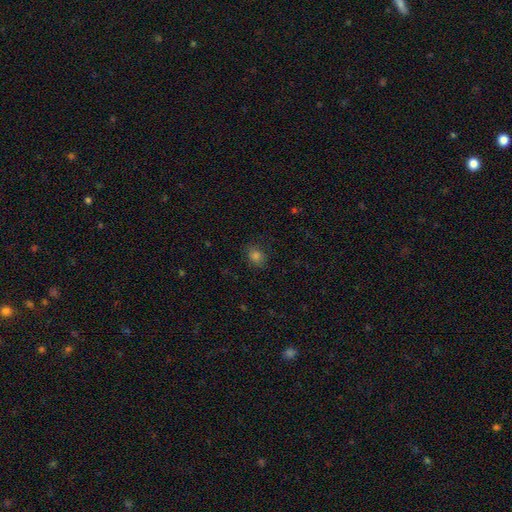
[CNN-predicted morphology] smooth_or_featured: smooth (p=0.78) [alt: star or artifact p=0.16]
how_rounded: round (p=0.52) [alt: in between p=0.47]
merging: none (p=0.80) [alt: minor disturbance p=0.15]